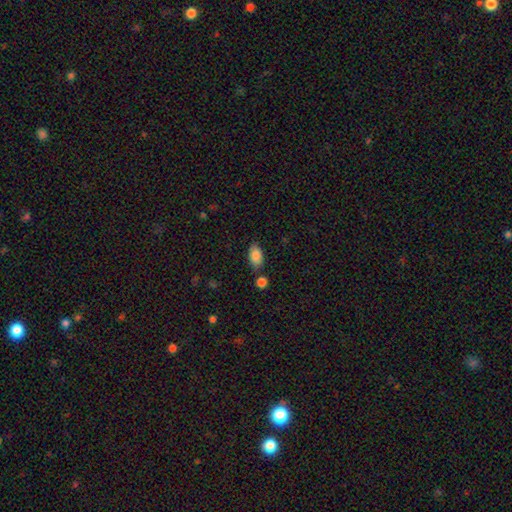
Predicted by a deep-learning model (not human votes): Smooth or featured? Predicted: smooth (p=0.86). How rounded? Predicted: in between (p=0.92). Merging? Predicted: none (p=0.76).